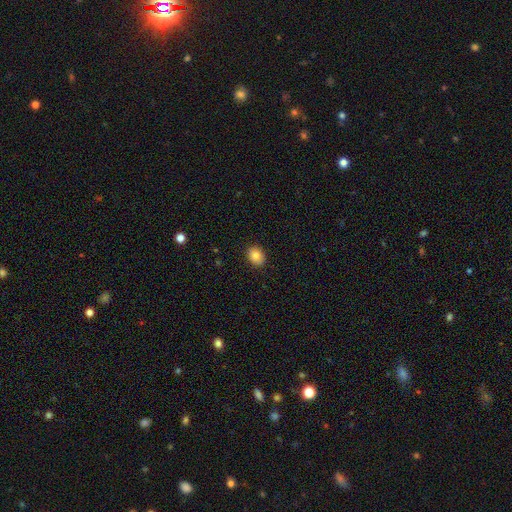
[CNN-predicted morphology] A smooth galaxy with no disk features (86%) that is in between round and cigar-shaped (53%).

Vote fractions:
- Smooth or featured? smooth: 86% / star or artifact: 9% / featured or disk: 5%
- How rounded? in between: 53% / round: 46% / cigar-shaped: 1%
- Merging? none: 88% / minor disturbance: 9% / major disturbance: 2% / merger: 1%